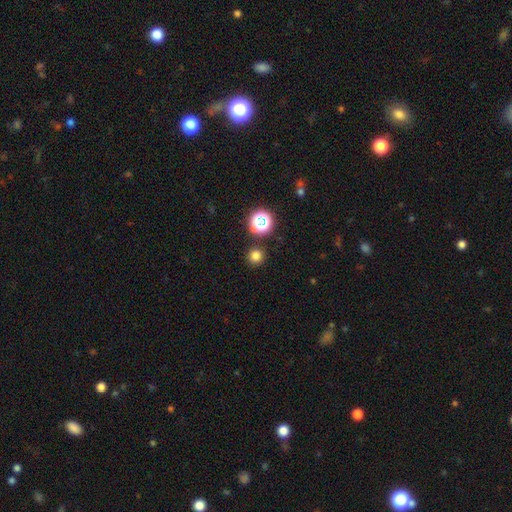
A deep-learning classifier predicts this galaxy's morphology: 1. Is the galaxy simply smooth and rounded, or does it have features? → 76% smooth, 19% star or artifact, 5% featured or disk.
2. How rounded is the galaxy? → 94% round, 5% in between, 1% cigar-shaped.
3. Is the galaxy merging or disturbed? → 89% none, 6% minor disturbance, 3% merger, 2% major disturbance.